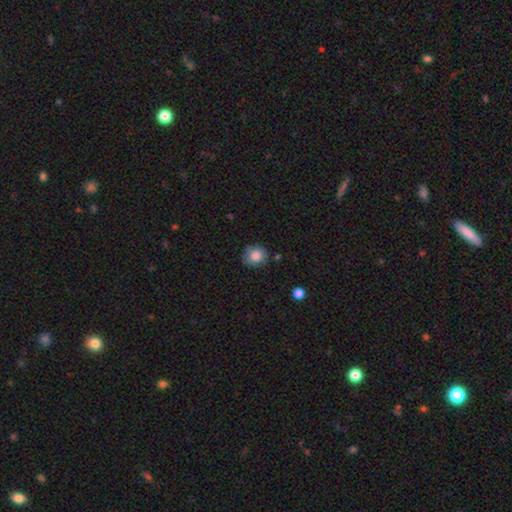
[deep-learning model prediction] Q: Smooth or featured?
A: smooth (82%); runner-up: featured or disk (9%)
Q: How rounded?
A: round (81%); runner-up: in between (18%)
Q: Merging?
A: none (78%); runner-up: minor disturbance (17%)